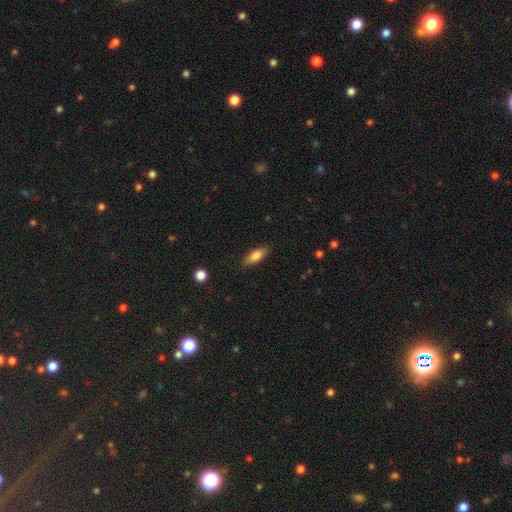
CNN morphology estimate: A smooth galaxy with no disk features (80%) that is in between round and cigar-shaped (65%).

Vote fractions:
- Smooth or featured? smooth: 80% / featured or disk: 13% / star or artifact: 7%
- How rounded? in between: 65% / cigar-shaped: 32% / round: 3%
- Merging? none: 86% / minor disturbance: 11% / major disturbance: 2% / merger: 1%